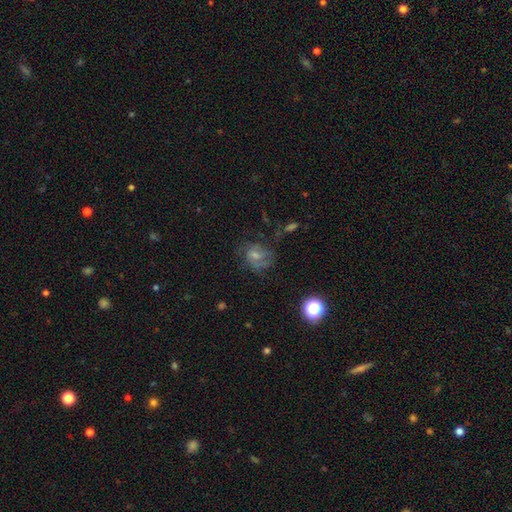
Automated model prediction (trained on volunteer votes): This appears to be a featured or disk galaxy (56%) with no bar (50%), spiral arms (77%) and a small central bulge (44%). Merging: none (50%).